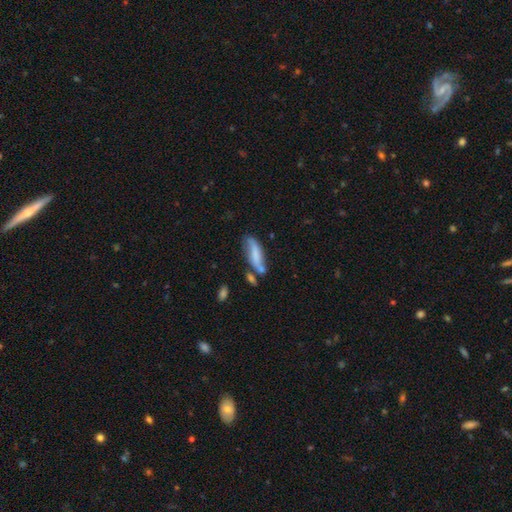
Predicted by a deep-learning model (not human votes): This appears to be a smooth galaxy with no disk features (54%) that is cigar-shaped (50%). Merging: none (46%).